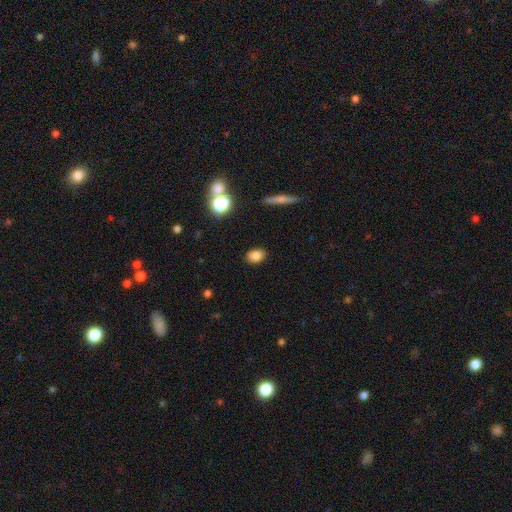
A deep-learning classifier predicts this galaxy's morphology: Smooth or featured: smooth — 83% (star or artifact — 11%)
How rounded: in between — 72% (round — 27%)
Merging: none — 88% (minor disturbance — 8%)